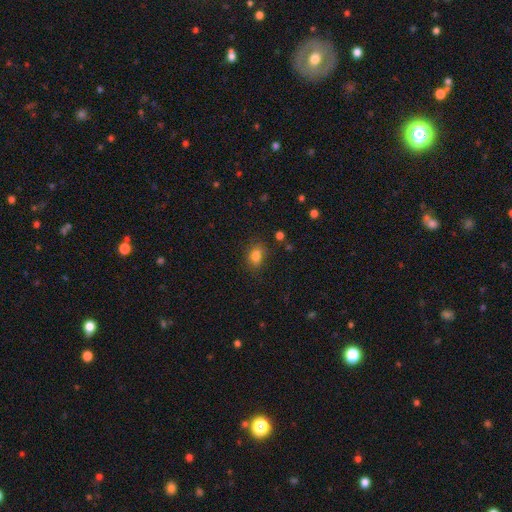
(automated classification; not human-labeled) Smooth or featured?
  - smooth: 81% *
  - star or artifact: 12%
  - featured or disk: 7%
How rounded?
  - in between: 72% *
  - round: 26%
  - cigar-shaped: 2%
Merging?
  - none: 78% *
  - minor disturbance: 16%
  - major disturbance: 4%
  - merger: 2%